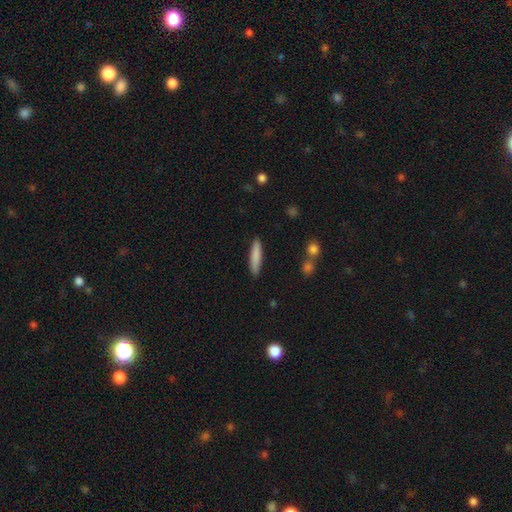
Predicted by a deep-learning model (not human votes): smooth 83%, featured or disk 11%, star or artifact 6%. Down the decision tree: how rounded — cigar-shaped (86%); merging — none (89%).